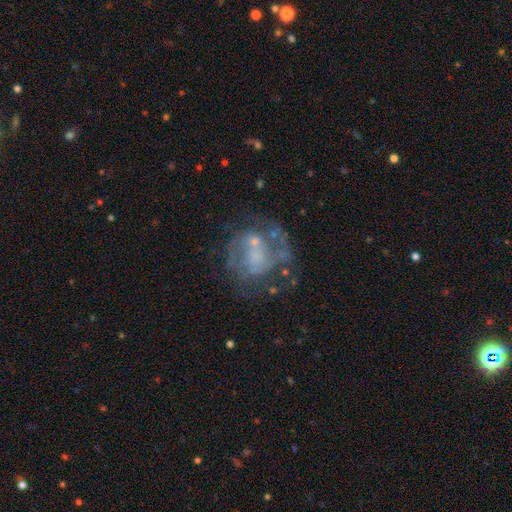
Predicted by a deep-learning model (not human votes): Smooth or featured? Predicted: featured or disk (p=0.72). Edge-on disk? Predicted: no (p=0.98). Bar? Predicted: no (p=0.65). Spiral arms? Predicted: yes (p=0.63). Bulge size? Predicted: none (p=0.37). Merging? Predicted: none (p=0.55).